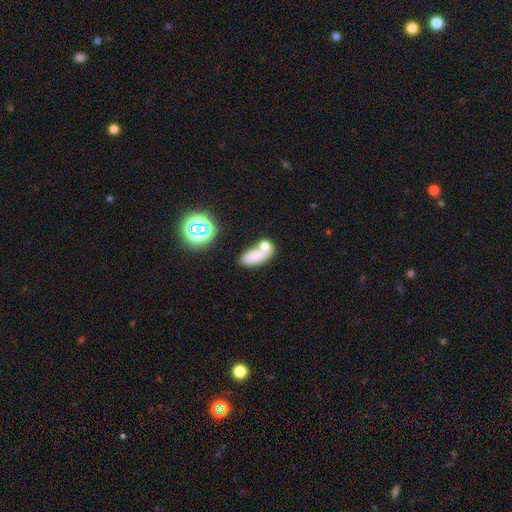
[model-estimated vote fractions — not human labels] Q: Smooth or featured?
A: smooth (73%); runner-up: featured or disk (14%)
Q: How rounded?
A: in between (86%); runner-up: round (8%)
Q: Merging?
A: merger (41%); runner-up: none (38%)